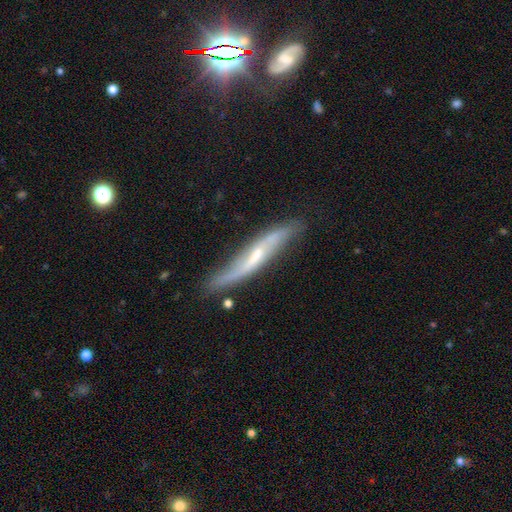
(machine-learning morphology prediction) Smooth or featured? Predicted: featured or disk (p=0.74). Edge-on disk? Predicted: yes (p=0.52). Merging? Predicted: none (p=0.69).